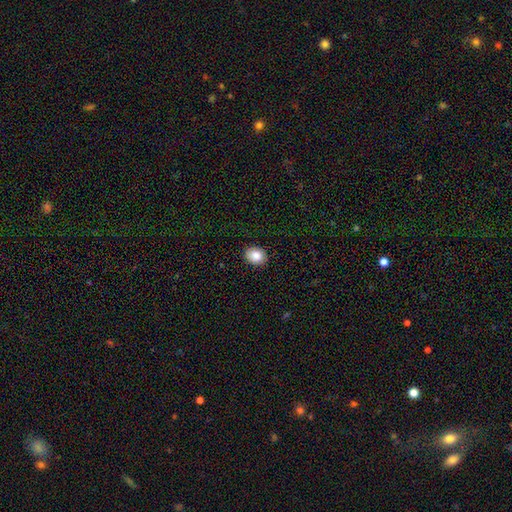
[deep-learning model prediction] Overall: smooth (87%). How rounded: in between (50%; round 49%). Merging: none (90%).